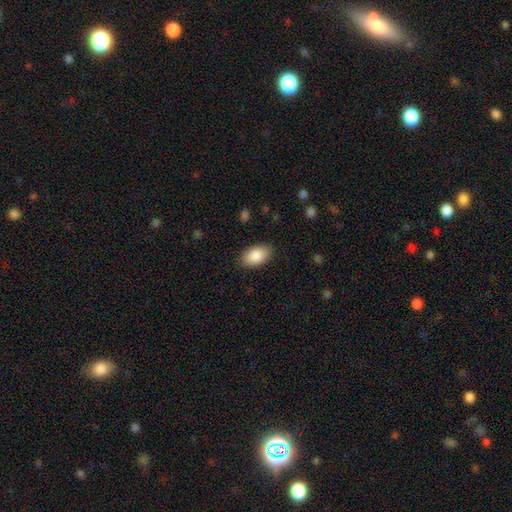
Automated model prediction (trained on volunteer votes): Q: Smooth or featured?
A: smooth (87%); runner-up: star or artifact (6%)
Q: How rounded?
A: in between (94%); runner-up: round (5%)
Q: Merging?
A: none (87%); runner-up: minor disturbance (10%)